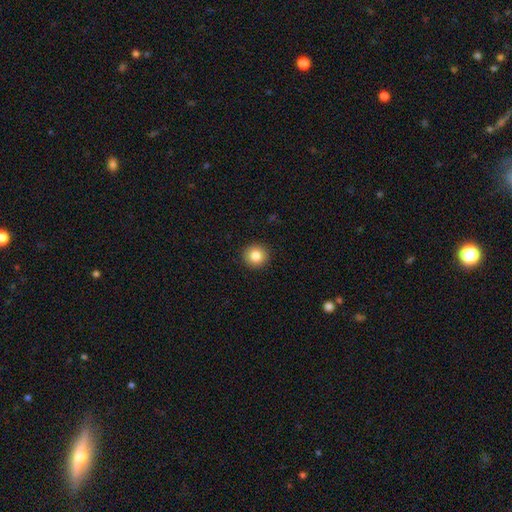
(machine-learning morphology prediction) Smooth or featured: smooth — 83% (star or artifact — 10%)
How rounded: round — 94% (in between — 5%)
Merging: none — 93% (minor disturbance — 5%)